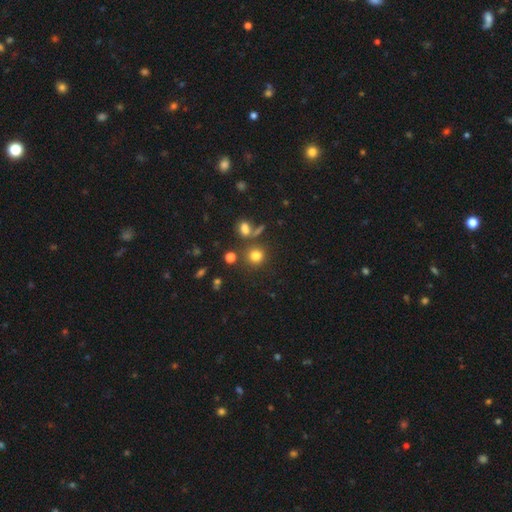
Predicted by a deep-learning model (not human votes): smooth 77%, star or artifact 16%, featured or disk 7%. Down the decision tree: how rounded — round (85%); merging — none (72%).